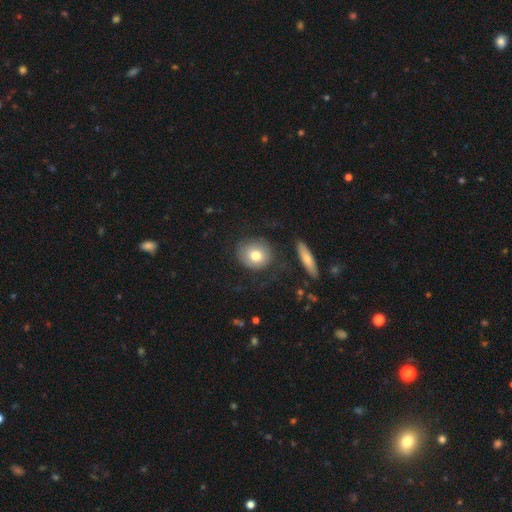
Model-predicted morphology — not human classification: A smooth galaxy with no disk features (73%) that is round (76%). Merging: none (74%).